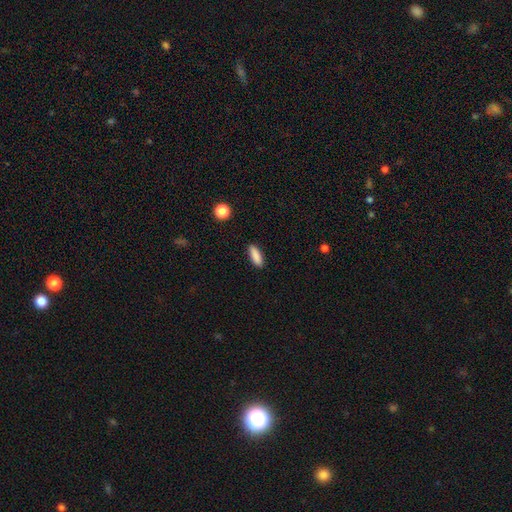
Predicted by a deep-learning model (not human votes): This appears to be a smooth galaxy with no disk features (88%) that is in between round and cigar-shaped (57%). Merging: none (89%).